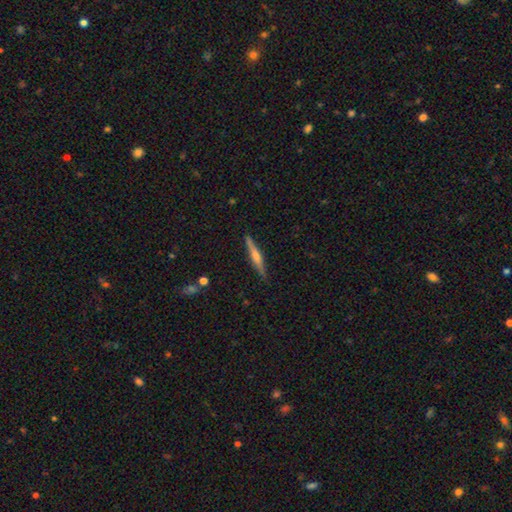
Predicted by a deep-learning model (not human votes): featured or disk 68%, smooth 26%, star or artifact 6%. Down the decision tree: edge-on disk — yes (98%); edge-on bulge — rounded (81%); merging — none (90%).